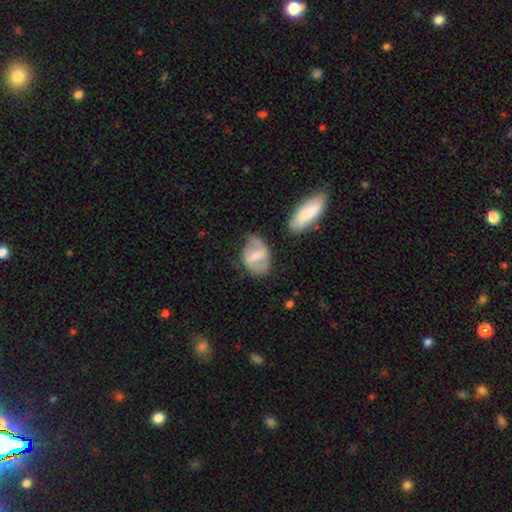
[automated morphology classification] smooth-or-featured: featured or disk: 53% | smooth: 41% | star or artifact: 6%
  disk-edge-on: no: 92% | yes: 8%
  merging: none: 60% | minor disturbance: 25% | major disturbance: 9% | merger: 6%